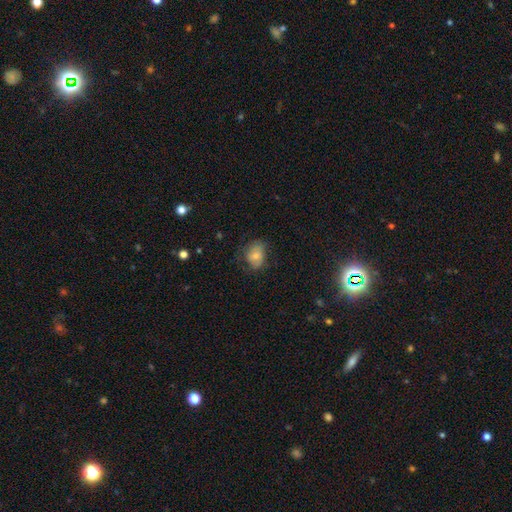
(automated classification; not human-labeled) smooth_or_featured: smooth (p=0.67) [alt: featured or disk p=0.24]
how_rounded: in between (p=0.69) [alt: round p=0.29]
merging: none (p=0.57) [alt: minor disturbance p=0.28]